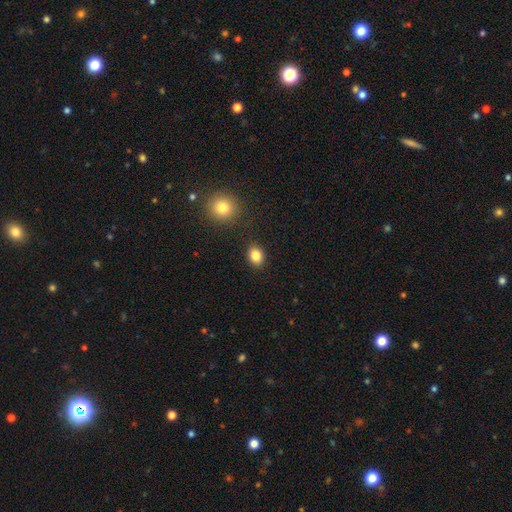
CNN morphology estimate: type=smooth (84%); roundness=in between (53%); merging=none (87%).